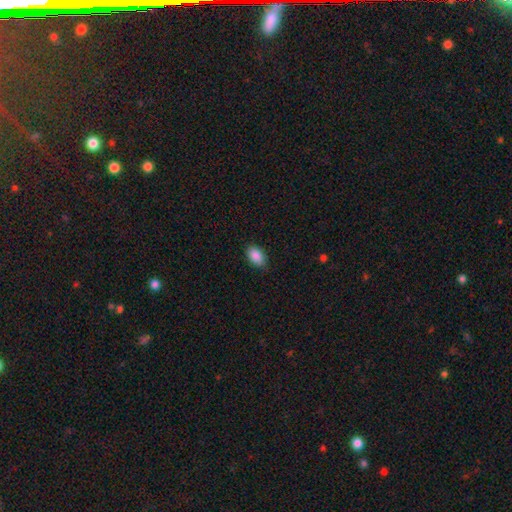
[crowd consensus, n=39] smooth 92%, featured or disk 5%, star or artifact 3%. Down the decision tree: how rounded — in between (97%); merging — none (76%).